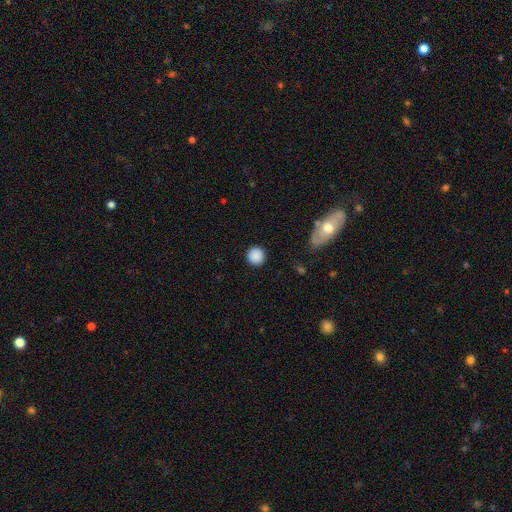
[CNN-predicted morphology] smooth-or-featured: smooth: 88% | star or artifact: 8% | featured or disk: 4%
  how-rounded: round: 94% | in between: 5% | cigar-shaped: 1%
  merging: none: 90% | minor disturbance: 6% | major disturbance: 3% | merger: 1%